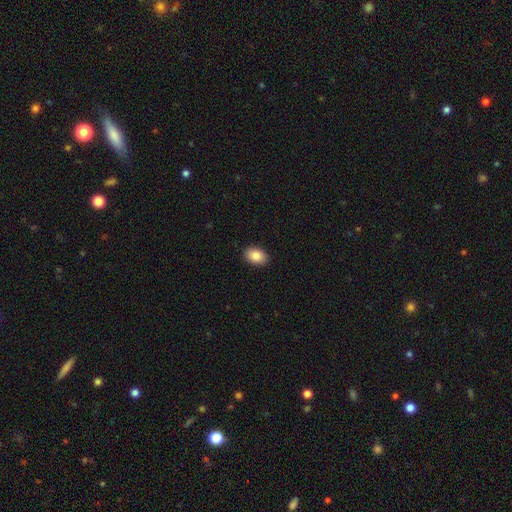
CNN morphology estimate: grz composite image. It shows a smooth galaxy with no disk features (86%) that is in between round and cigar-shaped (82%). Merging: none (90%).